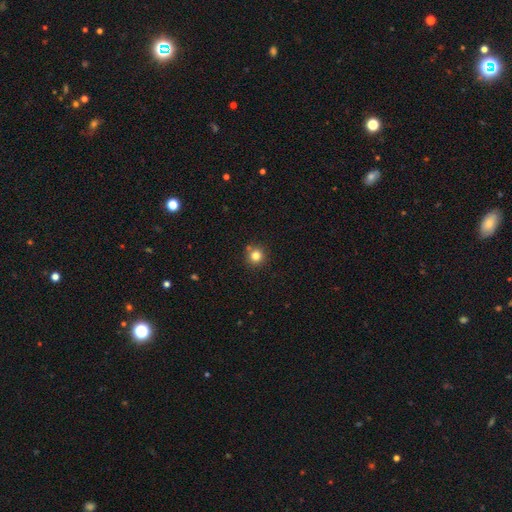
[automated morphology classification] smooth-or-featured: smooth: 81% | star or artifact: 13% | featured or disk: 6%
  how-rounded: round: 93% | in between: 6% | cigar-shaped: 1%
  merging: none: 81% | minor disturbance: 8% | merger: 8% | major disturbance: 2%